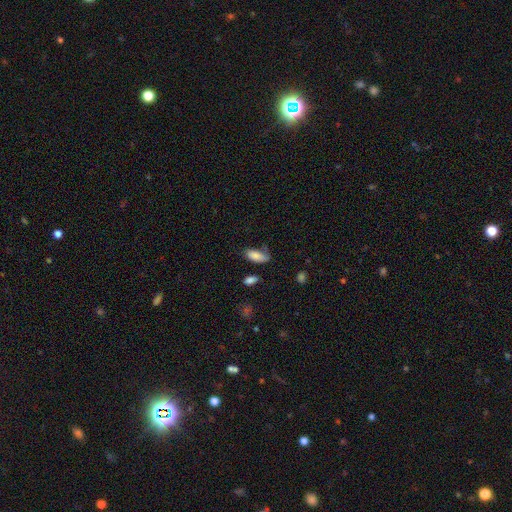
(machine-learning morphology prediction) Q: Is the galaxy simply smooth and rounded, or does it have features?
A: smooth — 83%.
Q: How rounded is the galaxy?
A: in between — 87%.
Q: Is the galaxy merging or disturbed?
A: none — 55%.